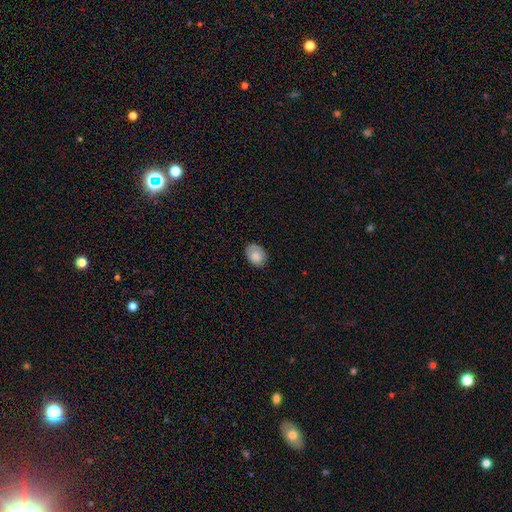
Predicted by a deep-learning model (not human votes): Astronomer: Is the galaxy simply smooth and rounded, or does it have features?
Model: smooth — 80%.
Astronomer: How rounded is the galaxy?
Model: in between — 68%.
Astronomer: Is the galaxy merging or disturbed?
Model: none — 79%.